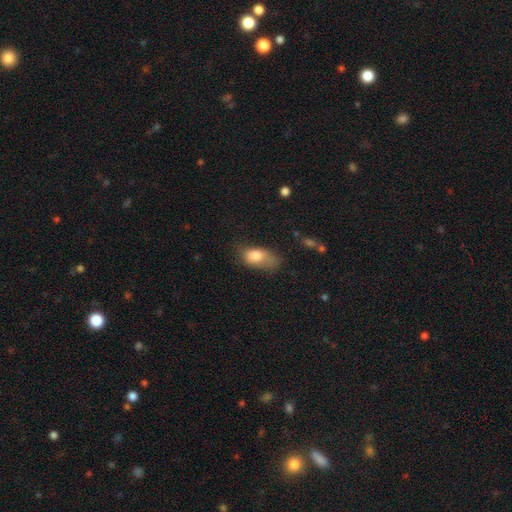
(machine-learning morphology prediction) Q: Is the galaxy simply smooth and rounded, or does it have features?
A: smooth — 79%.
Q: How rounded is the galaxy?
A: in between — 88%.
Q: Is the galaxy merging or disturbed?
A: none — 37%.